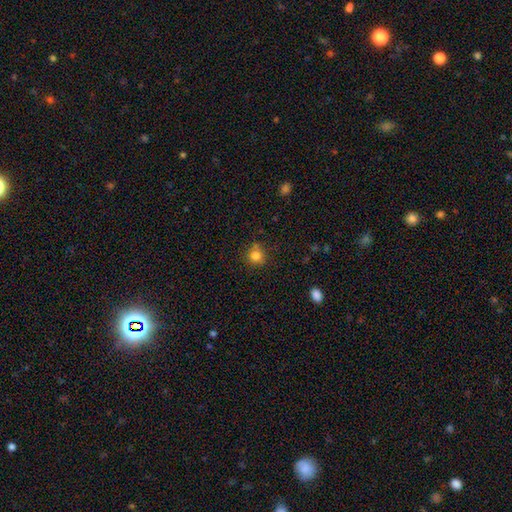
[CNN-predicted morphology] Smooth or featured: smooth — 81% (star or artifact — 13%)
How rounded: round — 90% (in between — 9%)
Merging: none — 74% (minor disturbance — 13%)